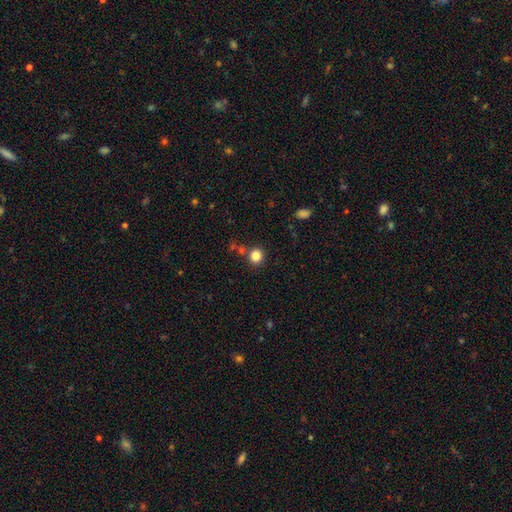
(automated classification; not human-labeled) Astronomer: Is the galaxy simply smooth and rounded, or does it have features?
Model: smooth — 84%.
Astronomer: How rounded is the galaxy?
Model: round — 89%.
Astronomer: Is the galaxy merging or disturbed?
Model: none — 79%.